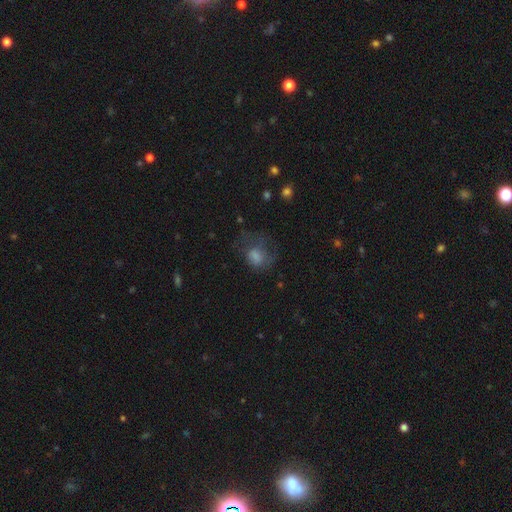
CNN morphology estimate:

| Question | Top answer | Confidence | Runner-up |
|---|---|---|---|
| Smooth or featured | smooth | 58% | featured or disk (25%) |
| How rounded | round | 56% | in between (43%) |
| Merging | none | 41% | major disturbance (34%) |